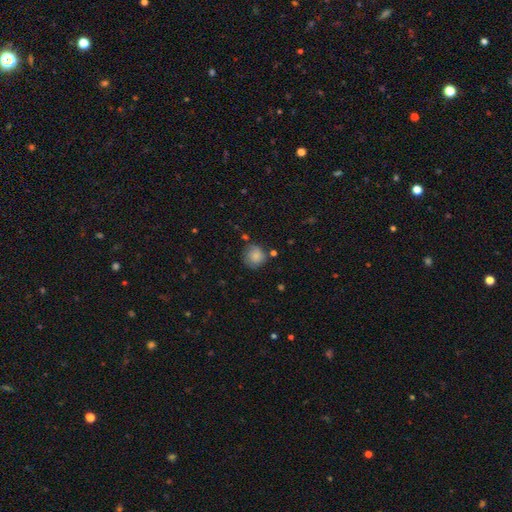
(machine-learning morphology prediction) smooth_or_featured: smooth (p=0.81) [alt: featured or disk p=0.11]
how_rounded: round (p=0.89) [alt: in between p=0.10]
merging: none (p=0.71) [alt: minor disturbance p=0.19]